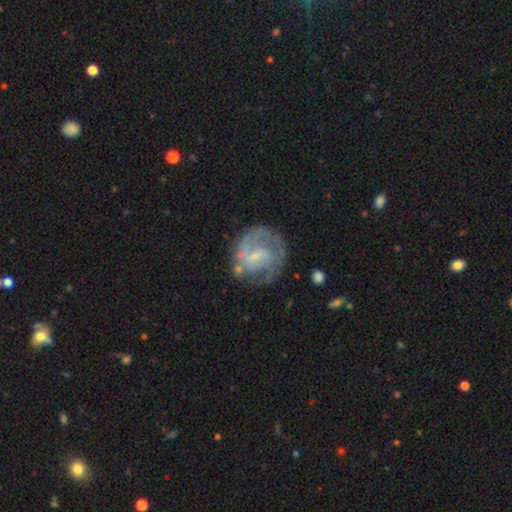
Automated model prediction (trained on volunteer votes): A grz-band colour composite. It shows a featured or disk galaxy (75%) with a weak bar (54%), 2 (45%) tight (44%) spiral arms (86%) and a small central bulge (54%). Merging: none (62%).